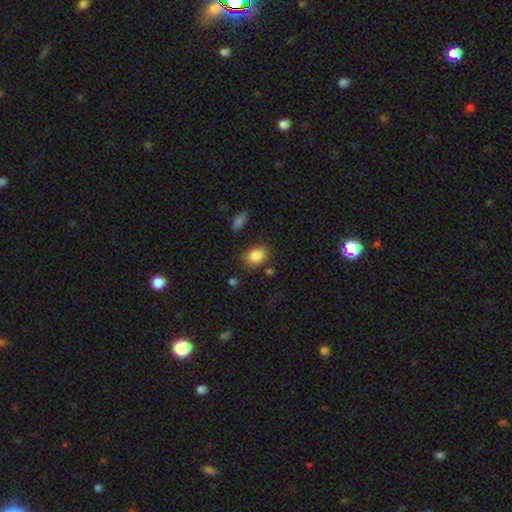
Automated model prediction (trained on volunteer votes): This is clearly a smooth galaxy (86%). How rounded: likely in between (72%). Merging: likely none (77%).